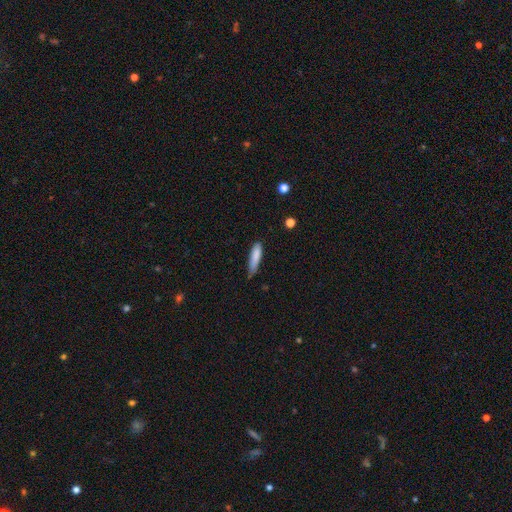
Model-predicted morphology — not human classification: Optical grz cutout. It shows a smooth galaxy with no disk features (84%) that is cigar-shaped (75%). Merging: none (61%).